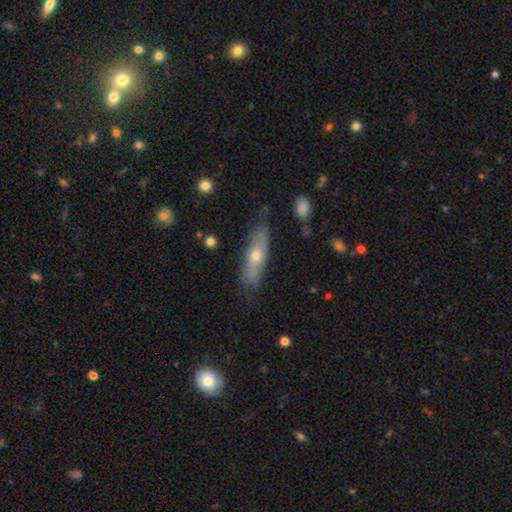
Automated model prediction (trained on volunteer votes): Overall: featured or disk (51%; smooth 41%). Edge-on disk: yes (64%; no 36%). Merging: none (77%).